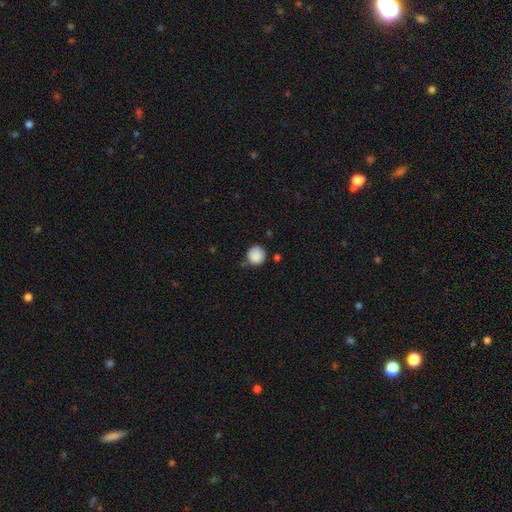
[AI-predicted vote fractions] A smooth galaxy with no disk features (88%) that is round (93%). Merging: none (71%).